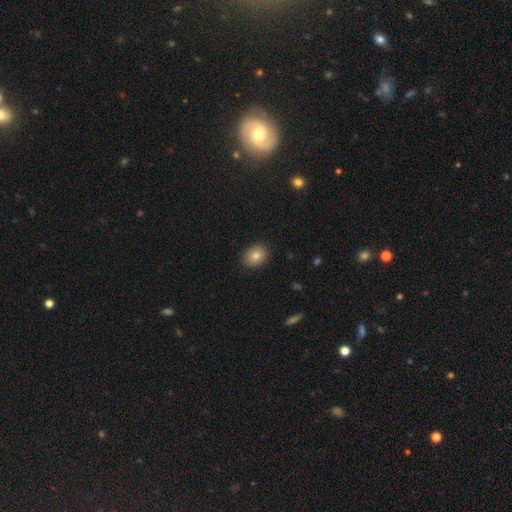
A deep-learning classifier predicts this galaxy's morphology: Smooth or featured? Predicted: smooth (p=0.82). How rounded? Predicted: in between (p=0.55). Merging? Predicted: none (p=0.90).